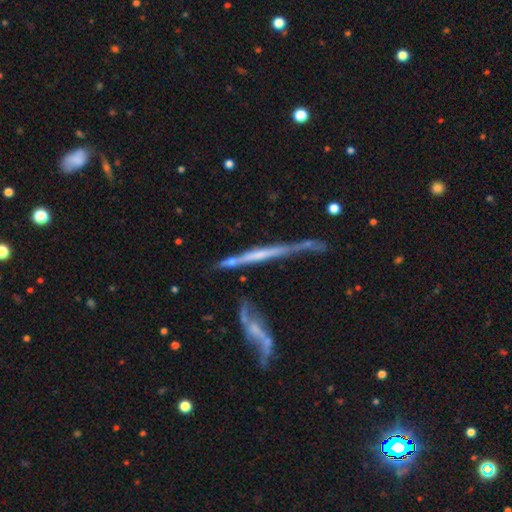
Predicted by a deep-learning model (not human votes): Smooth or featured? featured or disk (68%)
Edge-on disk? yes (84%)
Edge-on bulge? none (68%)
Merging? none (42%)